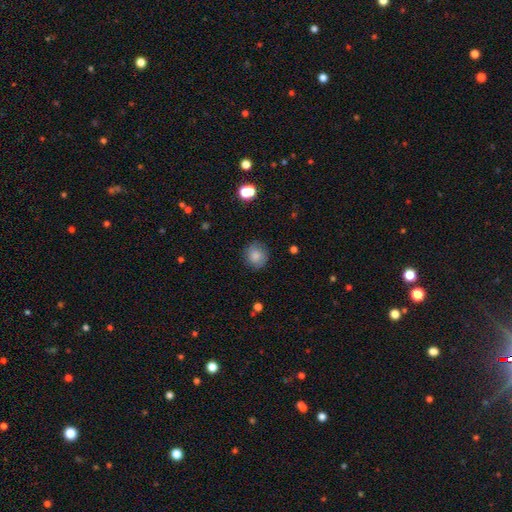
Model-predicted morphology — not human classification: Smooth or featured: smooth — 83% (star or artifact — 9%)
How rounded: round — 83% (in between — 16%)
Merging: none — 85% (minor disturbance — 11%)